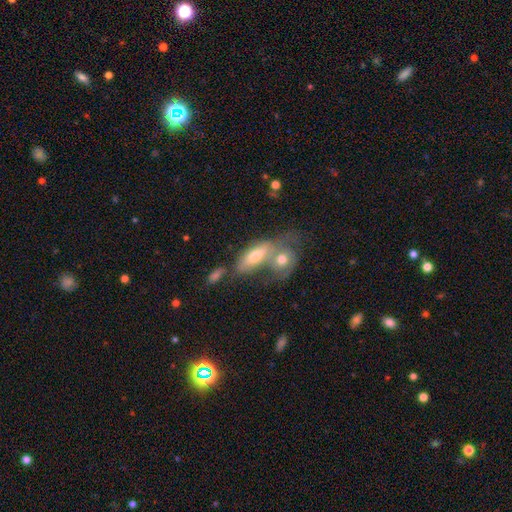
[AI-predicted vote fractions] Overall: smooth (55%; featured or disk 37%). How rounded: in between (75%). Merging: merger (63%).